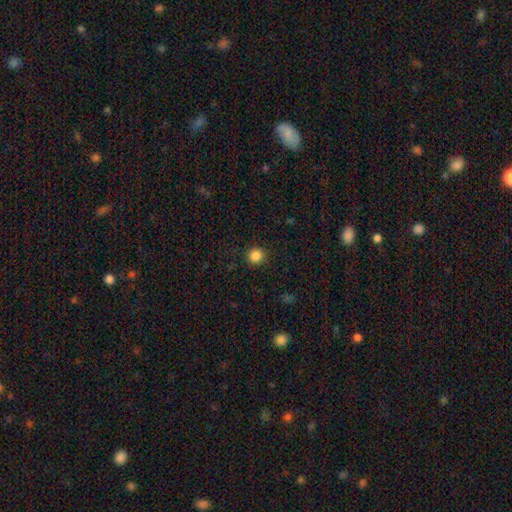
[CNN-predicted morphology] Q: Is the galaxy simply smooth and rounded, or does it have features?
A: smooth — 86%.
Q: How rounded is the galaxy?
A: round — 91%.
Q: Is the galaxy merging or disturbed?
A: none — 91%.